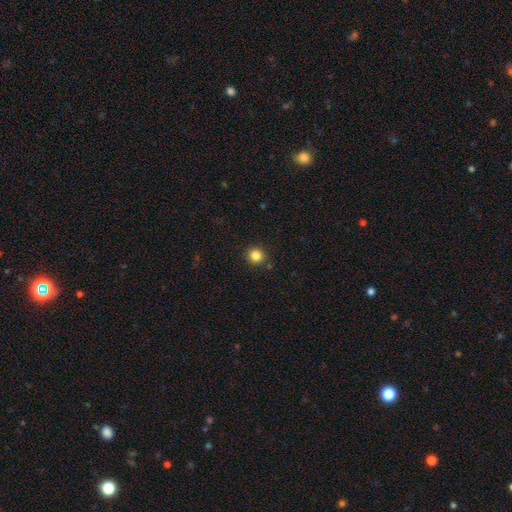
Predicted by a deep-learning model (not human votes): Morphology: type=smooth (84%); roundness=round (92%); merging=none (90%).